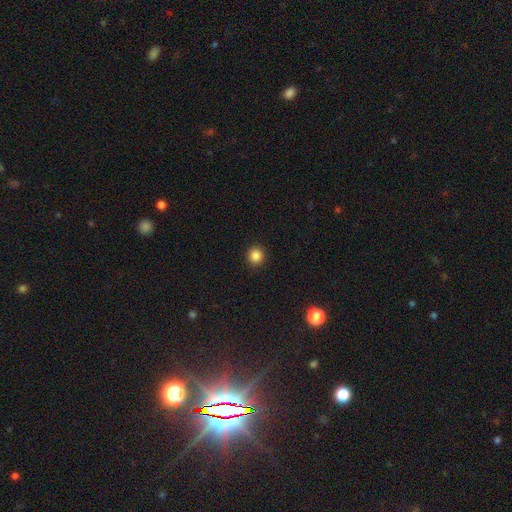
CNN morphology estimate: type=smooth (85%); roundness=round (92%); merging=none (93%).